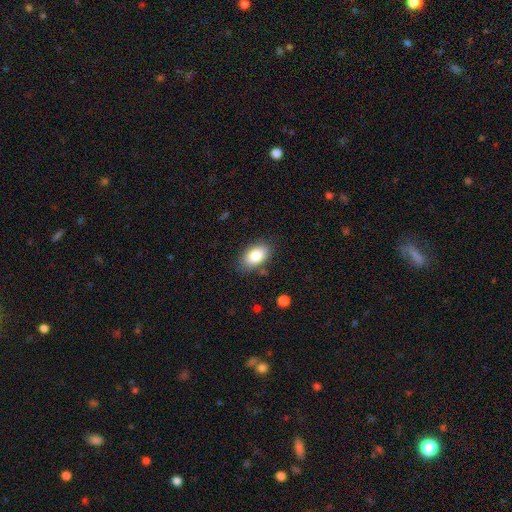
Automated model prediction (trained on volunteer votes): Morphology: type=smooth (84%); roundness=in between (92%); merging=none (83%).